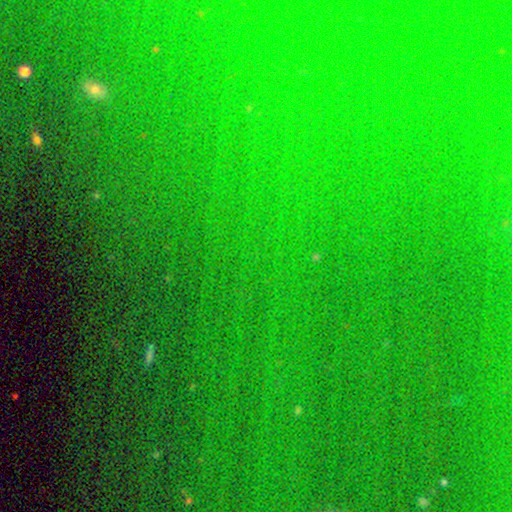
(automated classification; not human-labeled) This is clearly a star or artifact rather than a galaxy (81%).